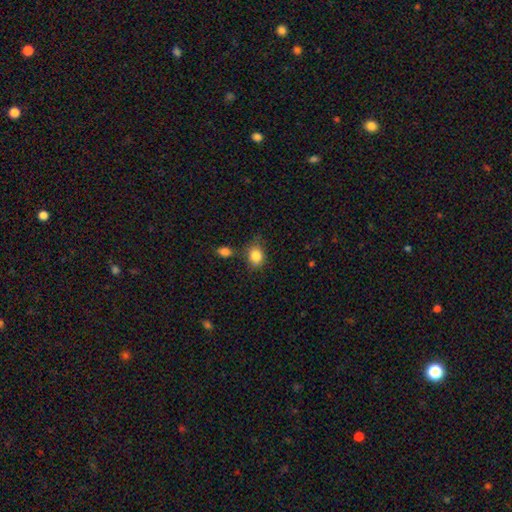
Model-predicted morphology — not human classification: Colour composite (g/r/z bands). It shows a smooth galaxy with no disk features (84%) that is round (59%). Merging: none (63%).